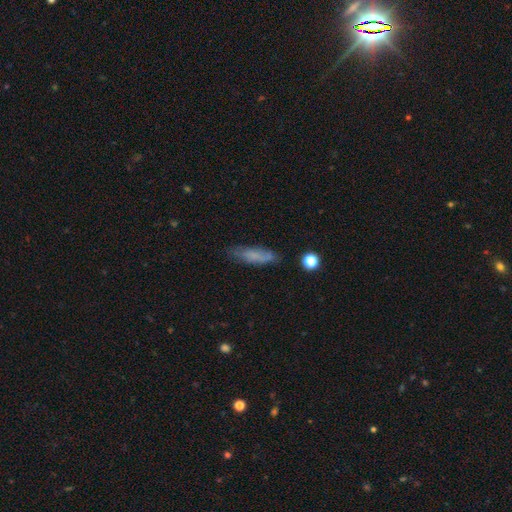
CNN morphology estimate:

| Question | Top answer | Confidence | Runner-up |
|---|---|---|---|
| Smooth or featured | smooth | 70% | featured or disk (21%) |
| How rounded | cigar-shaped | 66% | in between (32%) |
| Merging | none | 71% | minor disturbance (21%) |